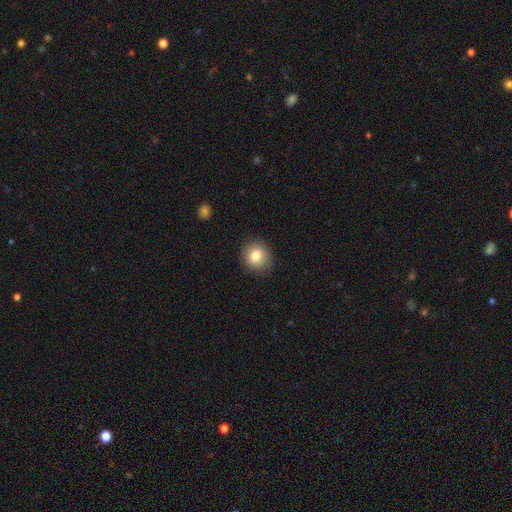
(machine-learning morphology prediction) This is clearly a smooth galaxy (83%). How rounded: clearly round (83%). Merging: clearly none (88%).